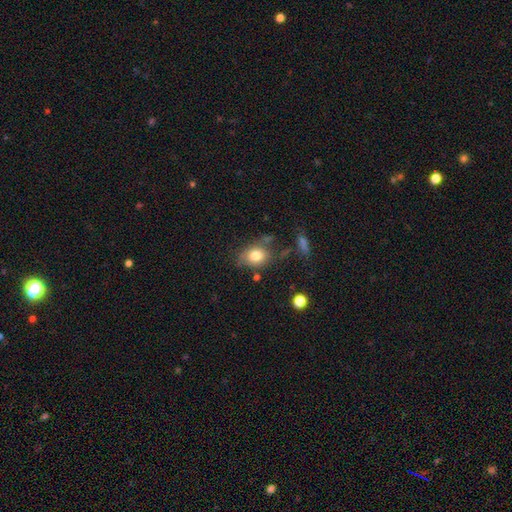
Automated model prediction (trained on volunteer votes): smooth-or-featured: smooth: 79% | featured or disk: 11% | star or artifact: 10%
  how-rounded: in between: 52% | round: 46% | cigar-shaped: 1%
  merging: none: 63% | minor disturbance: 22% | major disturbance: 7% | merger: 7%